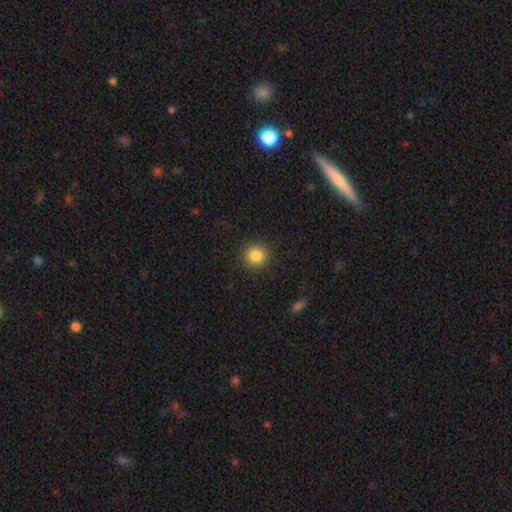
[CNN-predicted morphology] Smooth or featured: smooth — 85% (star or artifact — 10%)
How rounded: round — 92% (in between — 7%)
Merging: none — 90% (minor disturbance — 6%)